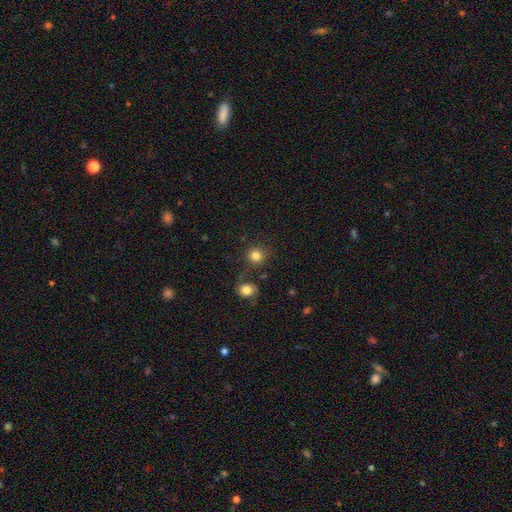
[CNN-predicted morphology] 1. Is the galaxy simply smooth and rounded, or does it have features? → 82% smooth, 11% star or artifact, 6% featured or disk.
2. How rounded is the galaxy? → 90% round, 9% in between, 1% cigar-shaped.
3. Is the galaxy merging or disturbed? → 74% none, 11% merger, 10% minor disturbance, 5% major disturbance.